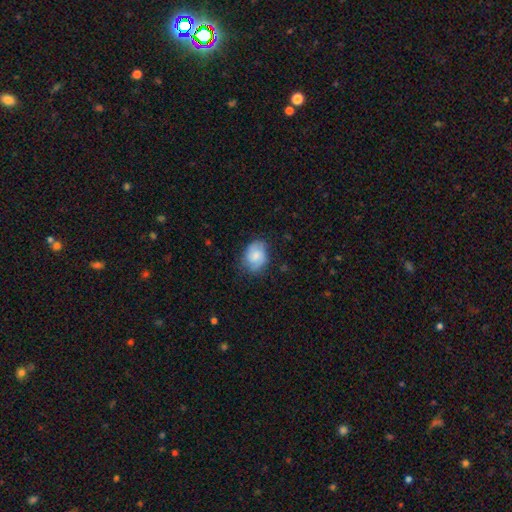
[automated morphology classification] Overall: smooth (58%; featured or disk 34%). How rounded: in between (61%; round 38%). Merging: none (68%).